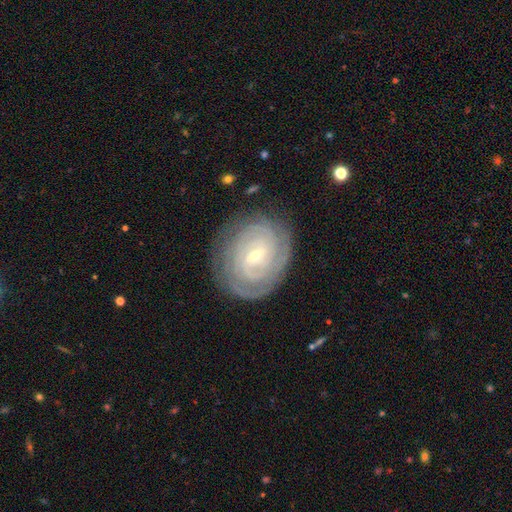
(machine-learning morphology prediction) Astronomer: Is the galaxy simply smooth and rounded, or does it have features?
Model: featured or disk — 86%.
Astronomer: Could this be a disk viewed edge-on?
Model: no — 97%.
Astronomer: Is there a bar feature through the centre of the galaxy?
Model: weak — 47% (runner-up: no, 34%).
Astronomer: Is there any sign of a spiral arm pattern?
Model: yes — 96%.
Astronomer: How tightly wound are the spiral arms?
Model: tight — 83%.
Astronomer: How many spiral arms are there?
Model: can't tell — 34% (runner-up: 2, 19%).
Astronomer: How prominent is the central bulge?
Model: small — 78%.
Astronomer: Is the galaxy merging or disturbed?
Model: none — 82%.